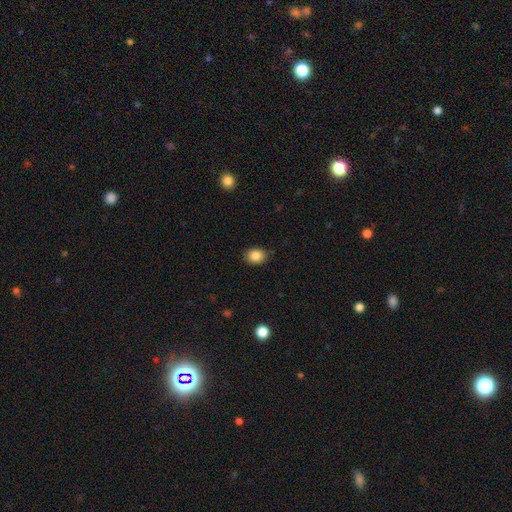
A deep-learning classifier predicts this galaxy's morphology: Smooth or featured: smooth — 85% (star or artifact — 9%)
How rounded: in between — 56% (round — 43%)
Merging: none — 86% (minor disturbance — 11%)